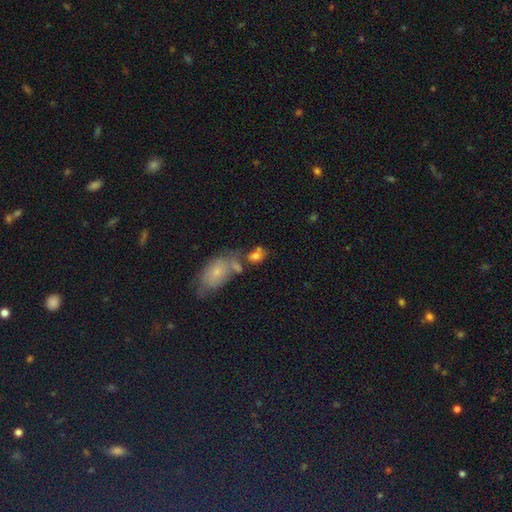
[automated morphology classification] Overall: smooth (72%). How rounded: in between (78%). Merging: none (42%; merger 36%).